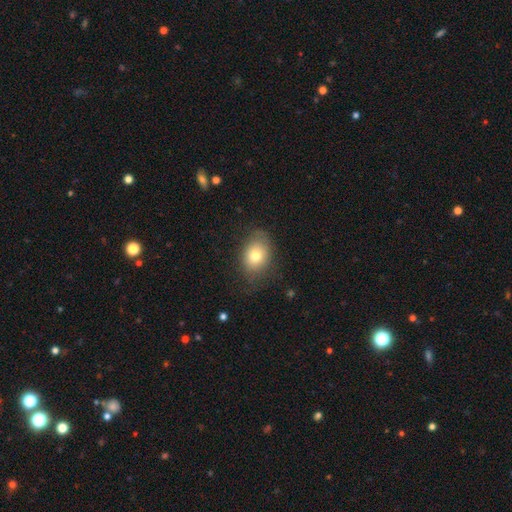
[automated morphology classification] Smooth or featured?
  - smooth: 75% *
  - featured or disk: 15%
  - star or artifact: 10%
How rounded?
  - in between: 65% *
  - round: 34%
  - cigar-shaped: 1%
Merging?
  - none: 70% *
  - minor disturbance: 22%
  - major disturbance: 8%
  - merger: 1%